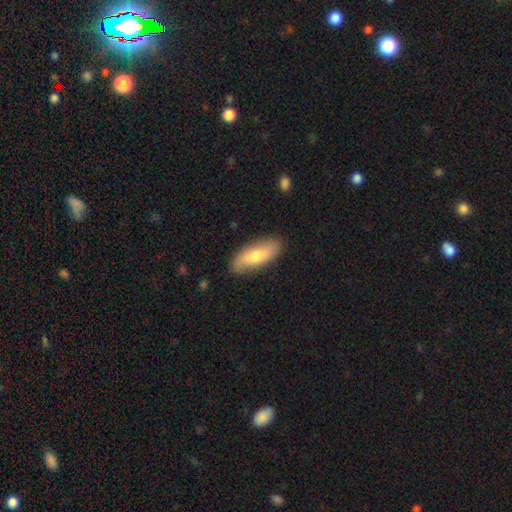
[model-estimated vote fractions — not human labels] smooth 66%, featured or disk 28%, star or artifact 5%. Down the decision tree: how rounded — in between (69%); merging — none (86%).